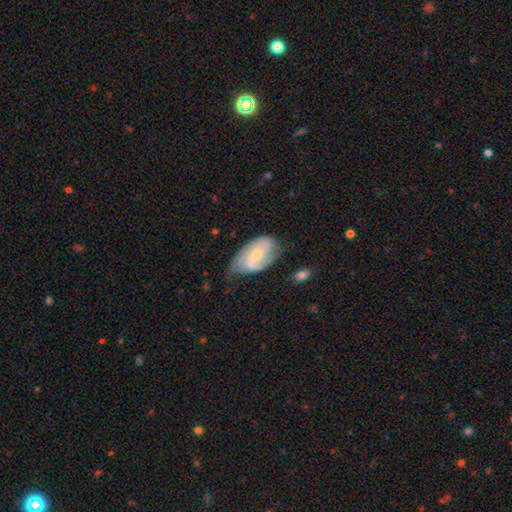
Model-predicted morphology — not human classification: A featured or disk galaxy (70%) with no bar (46%), 2 (69%) medium (45%) spiral arms (91%) and a small central bulge (59%). Merging: none (48%).